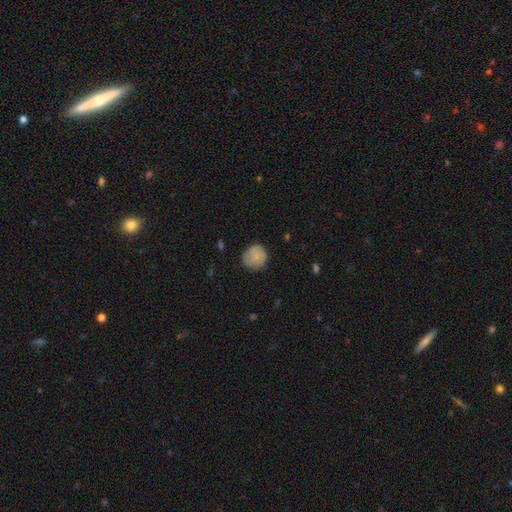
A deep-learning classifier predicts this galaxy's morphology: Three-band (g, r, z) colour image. It shows a smooth galaxy with no disk features (75%) that is round (88%). Merging: none (75%).